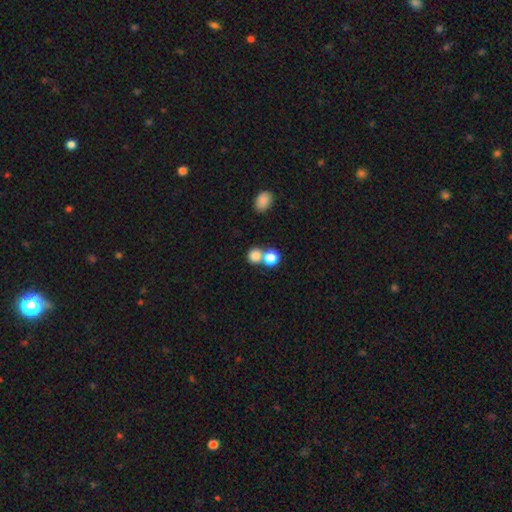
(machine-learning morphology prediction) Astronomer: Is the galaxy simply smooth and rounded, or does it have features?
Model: smooth — 81%.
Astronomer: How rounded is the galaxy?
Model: round — 83%.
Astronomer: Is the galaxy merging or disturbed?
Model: none — 51% (runner-up: merger, 39%).